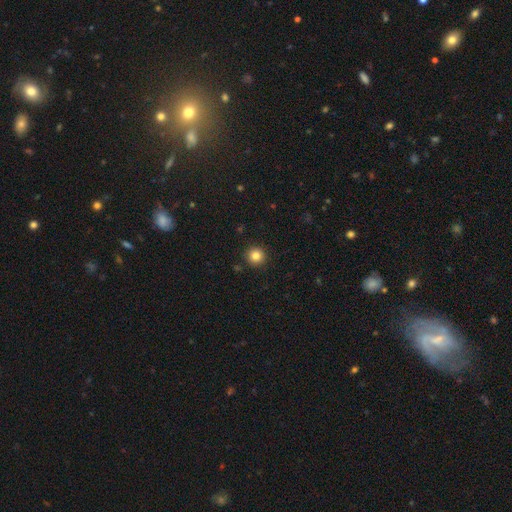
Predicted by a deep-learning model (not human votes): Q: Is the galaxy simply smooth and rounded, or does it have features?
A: smooth — 83%.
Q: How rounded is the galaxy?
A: round — 95%.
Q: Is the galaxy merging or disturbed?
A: none — 92%.